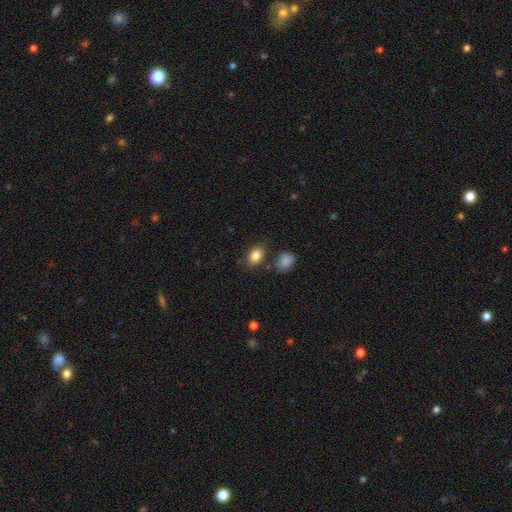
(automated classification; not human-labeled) The model was most divided on "how rounded": in between: 75%, round: 24%, cigar-shaped: 1%. More confident: smooth or featured — smooth (85%); merging — none (75%).